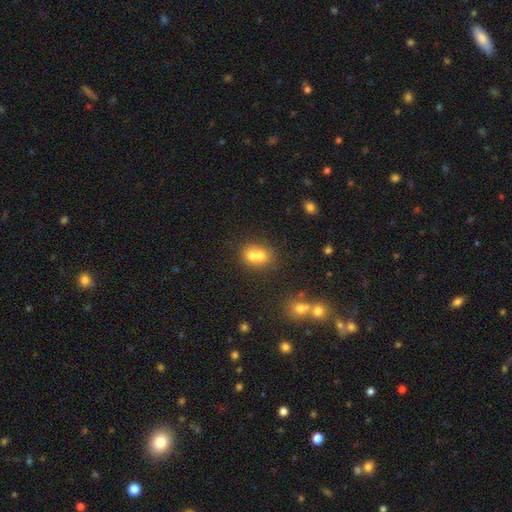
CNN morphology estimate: The model was most divided on "how rounded": round: 65%, in between: 34%, cigar-shaped: 1%. More confident: smooth or featured — smooth (66%); merging — merger (66%).